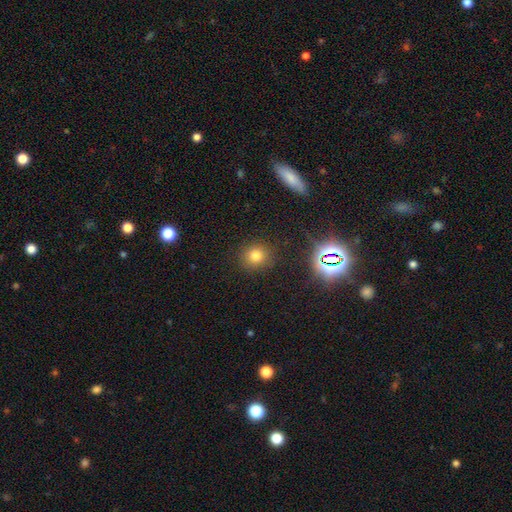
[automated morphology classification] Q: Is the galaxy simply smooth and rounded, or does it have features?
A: smooth — 75%.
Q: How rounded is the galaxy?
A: round — 85%.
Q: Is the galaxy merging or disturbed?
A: none — 87%.